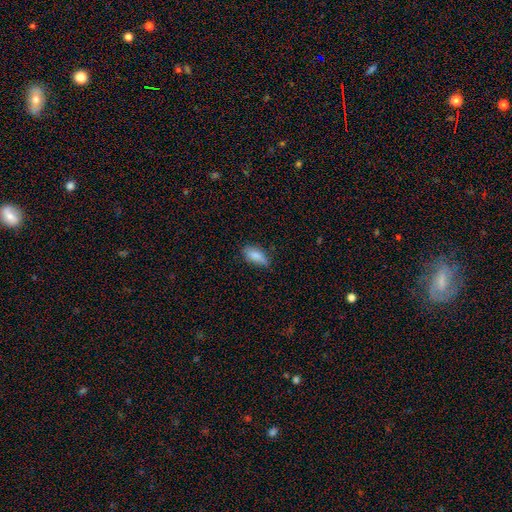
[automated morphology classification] type=smooth (84%); roundness=in between (84%); merging=none (65%).